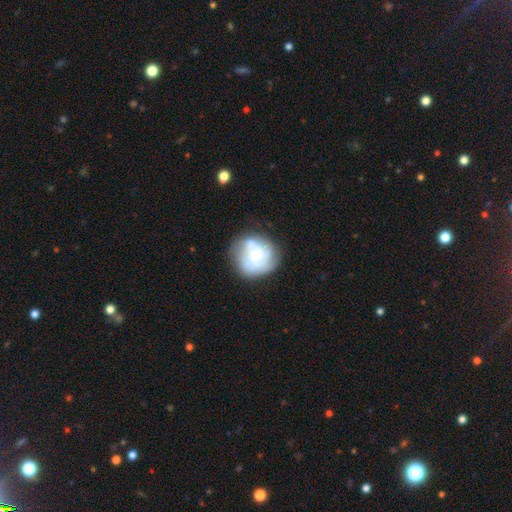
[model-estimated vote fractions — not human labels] featured or disk 55%, smooth 37%, star or artifact 7%. Down the decision tree: edge-on disk — no (98%); bar — no (83%); spiral arms — yes (56%); bulge size — small (54%); merging — none (60%).